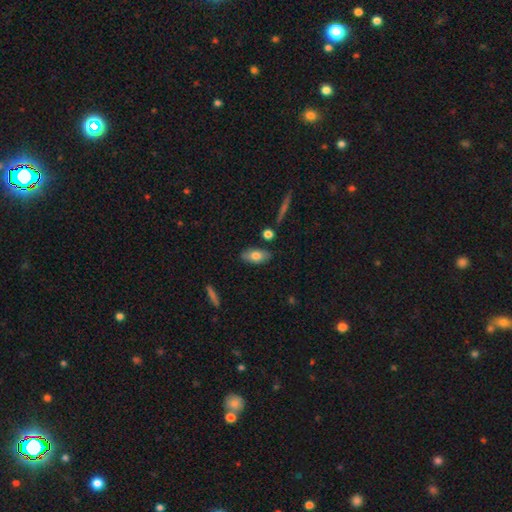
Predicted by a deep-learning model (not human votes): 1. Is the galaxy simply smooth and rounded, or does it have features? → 73% smooth, 20% featured or disk, 7% star or artifact.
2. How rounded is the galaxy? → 87% in between, 9% cigar-shaped, 4% round.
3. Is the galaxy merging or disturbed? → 82% none, 12% minor disturbance, 4% merger, 2% major disturbance.